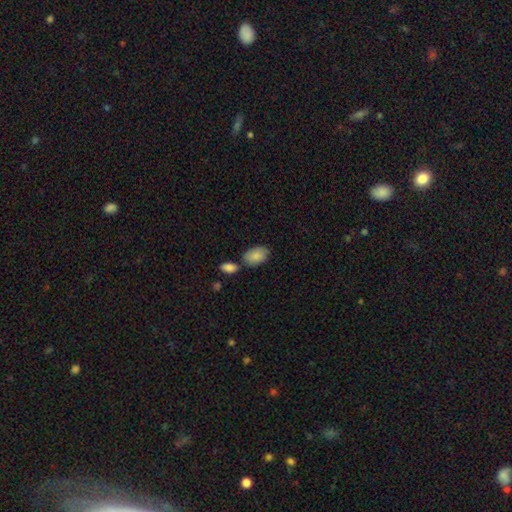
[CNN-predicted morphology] This appears to be a smooth galaxy with no disk features (87%) that is in between round and cigar-shaped (90%). Merging: none (66%).